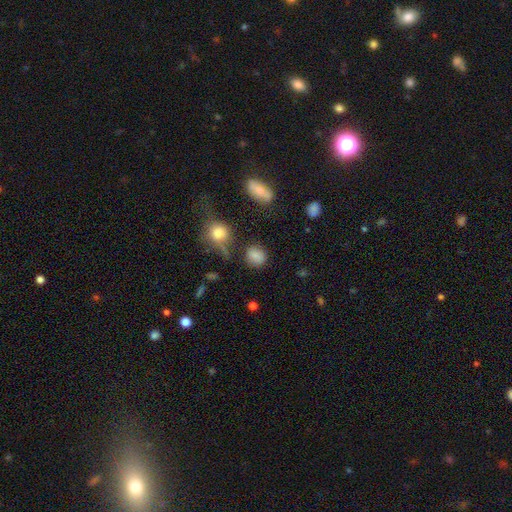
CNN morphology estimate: type=smooth (82%); roundness=round (66%); merging=none (75%).